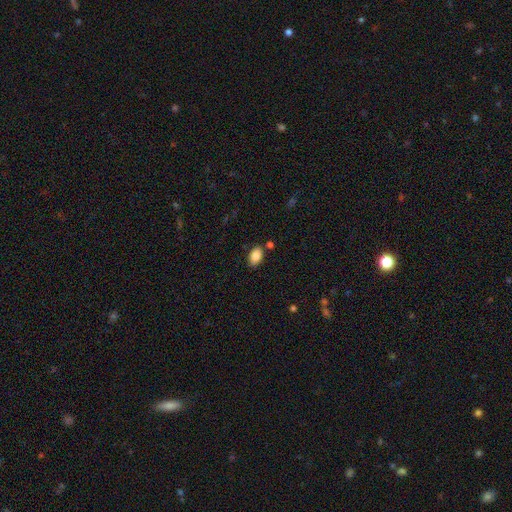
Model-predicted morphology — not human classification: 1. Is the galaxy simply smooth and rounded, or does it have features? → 86% smooth, 8% star or artifact, 7% featured or disk.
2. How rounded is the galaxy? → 90% in between, 8% round, 1% cigar-shaped.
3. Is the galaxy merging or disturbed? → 80% none, 12% minor disturbance, 6% merger, 3% major disturbance.